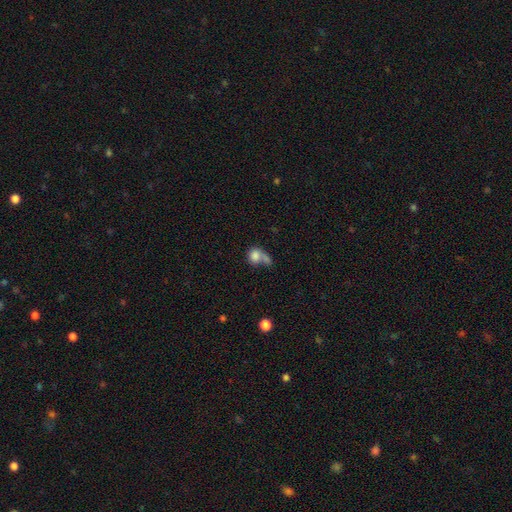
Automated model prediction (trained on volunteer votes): Smooth or featured?
  - smooth: 79% *
  - featured or disk: 12%
  - star or artifact: 9%
How rounded?
  - round: 69% *
  - in between: 30%
  - cigar-shaped: 2%
Merging?
  - merger: 45% *
  - none: 28%
  - major disturbance: 14%
  - minor disturbance: 12%